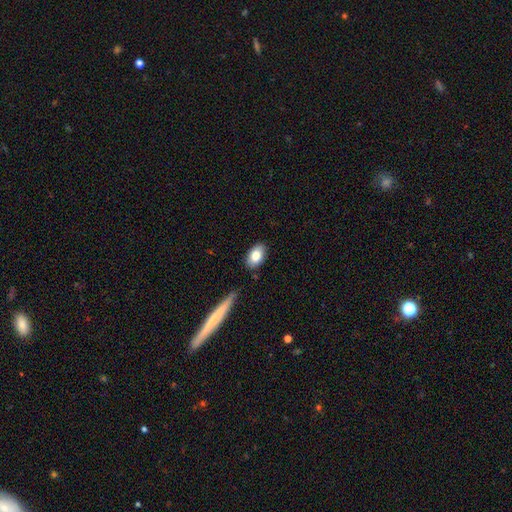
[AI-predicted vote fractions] Q: Smooth or featured?
A: smooth (81%); runner-up: featured or disk (12%)
Q: How rounded?
A: in between (89%); runner-up: round (9%)
Q: Merging?
A: none (83%); runner-up: minor disturbance (12%)